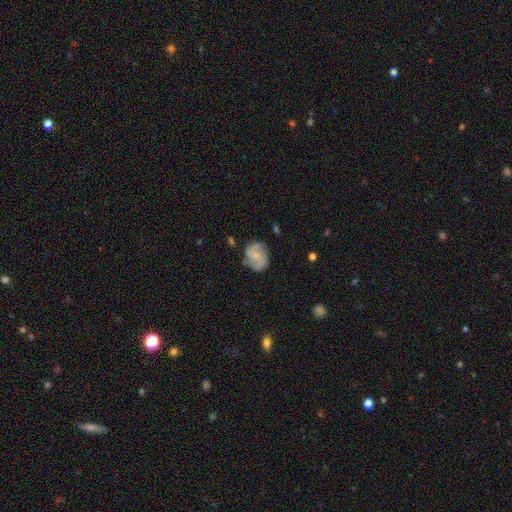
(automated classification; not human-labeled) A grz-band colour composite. It shows a featured or disk galaxy (52%). Merging: none (67%).